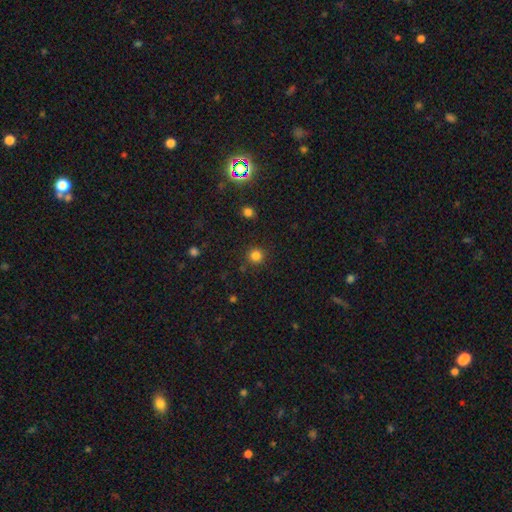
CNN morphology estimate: smooth-or-featured: smooth: 82% | star or artifact: 14% | featured or disk: 4%
  how-rounded: round: 94% | in between: 5% | cigar-shaped: 1%
  merging: none: 89% | minor disturbance: 7% | major disturbance: 2% | merger: 2%